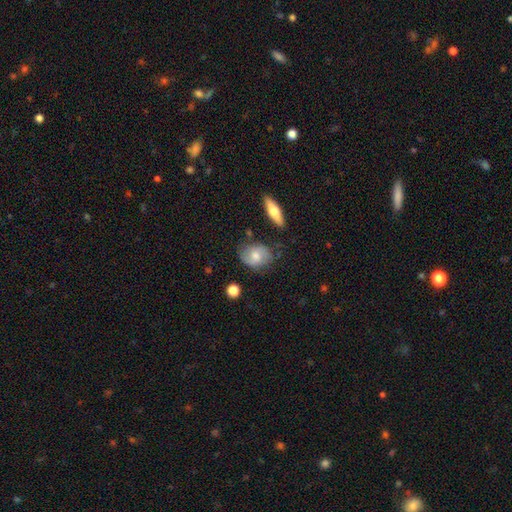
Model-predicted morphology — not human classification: The model was most divided on "smooth or featured": smooth: 47%, featured or disk: 46%, star or artifact: 8%. More confident: merging — none (72%).